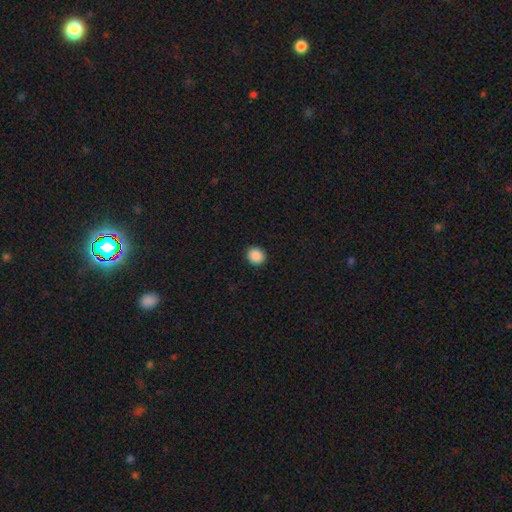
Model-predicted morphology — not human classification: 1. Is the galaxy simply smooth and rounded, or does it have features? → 89% smooth, 9% star or artifact, 3% featured or disk.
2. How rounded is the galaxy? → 83% round, 16% in between, 1% cigar-shaped.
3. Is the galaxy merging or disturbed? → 92% none, 5% minor disturbance, 2% major disturbance, 1% merger.